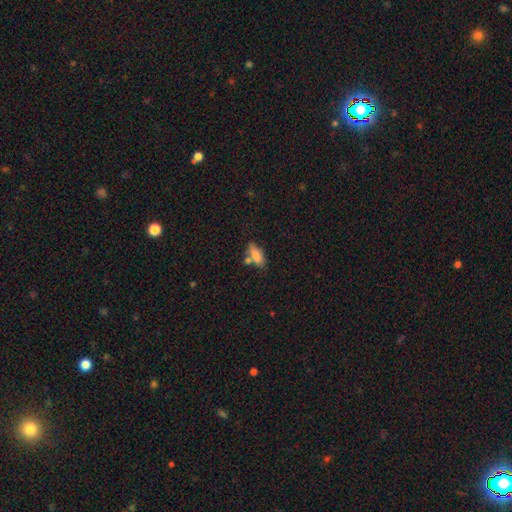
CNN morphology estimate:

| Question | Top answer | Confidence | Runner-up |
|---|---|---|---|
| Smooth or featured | smooth | 81% | featured or disk (11%) |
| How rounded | in between | 76% | cigar-shaped (20%) |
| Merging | none | 58% | merger (19%) |